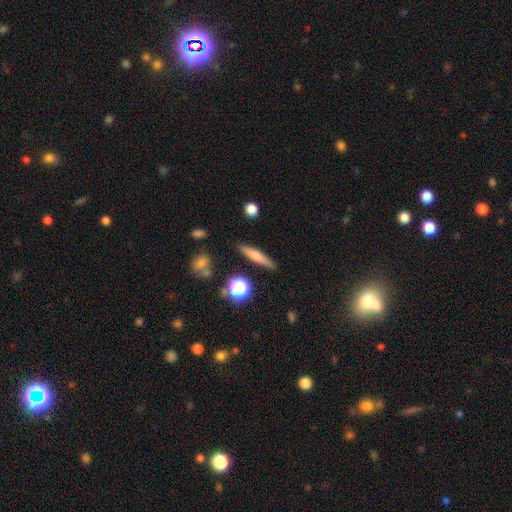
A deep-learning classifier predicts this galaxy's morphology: smooth 62%, featured or disk 29%, star or artifact 9%. Down the decision tree: how rounded — cigar-shaped (85%); merging — none (86%).